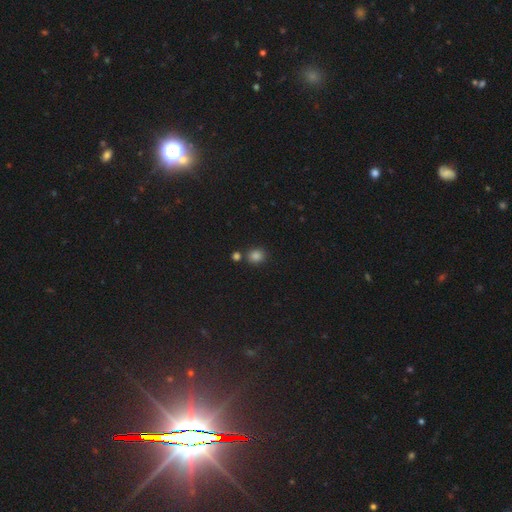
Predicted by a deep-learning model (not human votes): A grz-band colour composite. It shows a smooth galaxy with no disk features (83%) that is round (75%). Merging: none (74%).